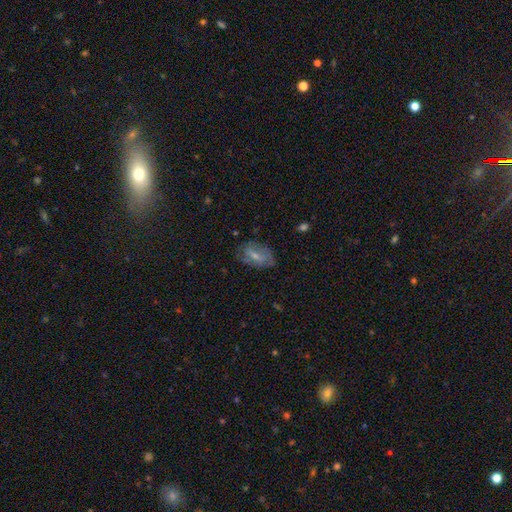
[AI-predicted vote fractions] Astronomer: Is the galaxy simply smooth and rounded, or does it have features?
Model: smooth — 53% (runner-up: featured or disk, 38%).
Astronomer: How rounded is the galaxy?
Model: in between — 84%.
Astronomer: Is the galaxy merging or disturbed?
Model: none — 63%.